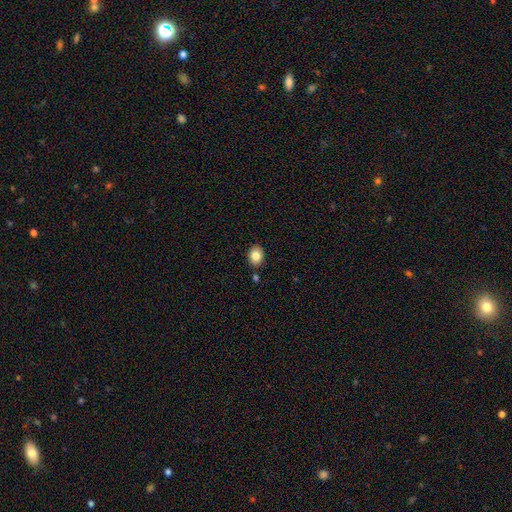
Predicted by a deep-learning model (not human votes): Smooth or featured: smooth — 84% (star or artifact — 9%)
How rounded: in between — 57% (round — 42%)
Merging: none — 85% (minor disturbance — 9%)